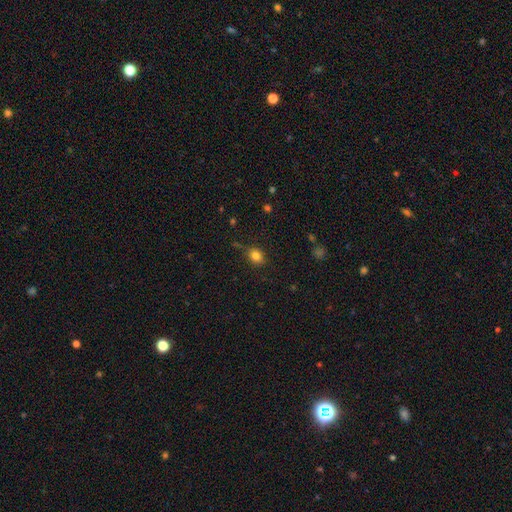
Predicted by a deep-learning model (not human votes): Smooth or featured? smooth (82%)
How rounded? round (55%)
Merging? none (77%)